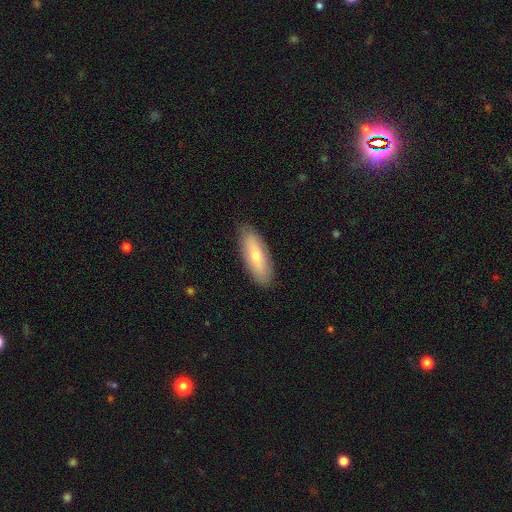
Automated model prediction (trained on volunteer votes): This appears to be a smooth galaxy with no disk features (68%) that is in between round and cigar-shaped (65%). Merging: none (86%).